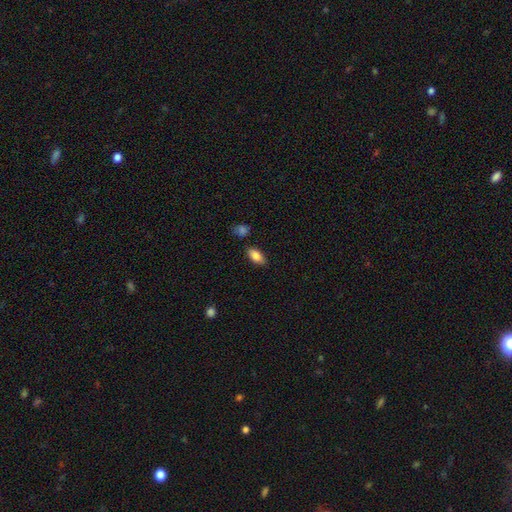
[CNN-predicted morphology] smooth 84%, featured or disk 9%, star or artifact 7%. Down the decision tree: how rounded — in between (88%); merging — none (82%).